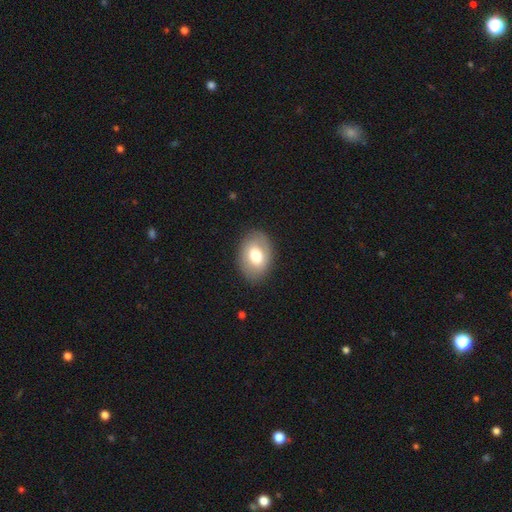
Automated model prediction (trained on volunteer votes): Smooth or featured? Predicted: smooth (p=0.70). How rounded? Predicted: in between (p=0.80). Merging? Predicted: none (p=0.85).